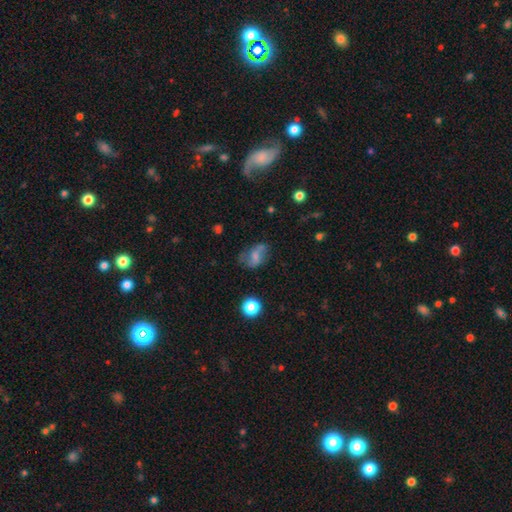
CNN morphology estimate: This appears to be a smooth galaxy with no disk features (50%) that is in between round and cigar-shaped (79%). Merging: none (46%).